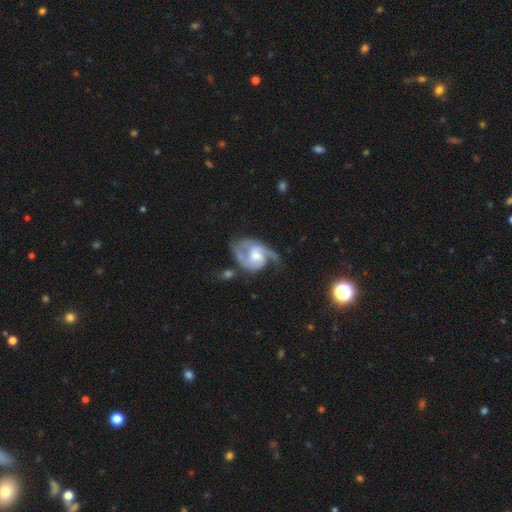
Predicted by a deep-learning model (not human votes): Smooth or featured: featured or disk — 83% (smooth — 12%)
Edge-on disk: no — 97% (yes — 3%)
Bar: no — 51% (weak — 41%)
Spiral arms: yes — 94% (no — 6%)
Spiral winding: medium — 50% (loose — 26%)
Spiral arm count: 2 — 70% (1 — 14%)
Bulge size: moderate — 50% (small — 31%)
Merging: none — 42% (major disturbance — 25%)